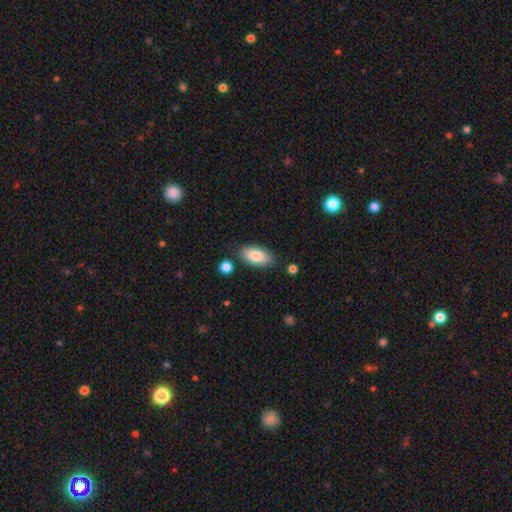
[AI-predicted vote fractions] smooth-or-featured: smooth: 82% | featured or disk: 12% | star or artifact: 6%
  how-rounded: in between: 90% | cigar-shaped: 7% | round: 3%
  merging: none: 82% | minor disturbance: 12% | merger: 4% | major disturbance: 3%